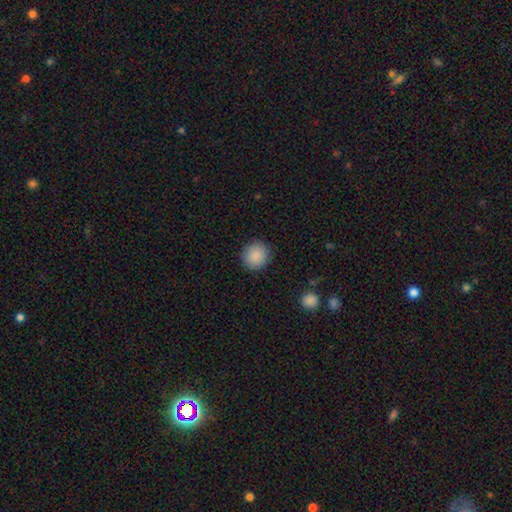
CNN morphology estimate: type=smooth (89%); roundness=round (91%); merging=none (91%).